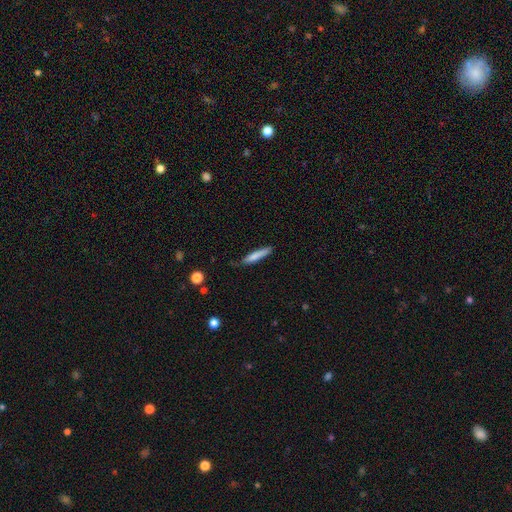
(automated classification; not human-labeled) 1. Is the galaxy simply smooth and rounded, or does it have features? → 76% smooth, 18% featured or disk, 6% star or artifact.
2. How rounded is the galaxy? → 90% cigar-shaped, 8% in between, 1% round.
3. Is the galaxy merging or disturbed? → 71% none, 23% minor disturbance, 4% major disturbance, 2% merger.